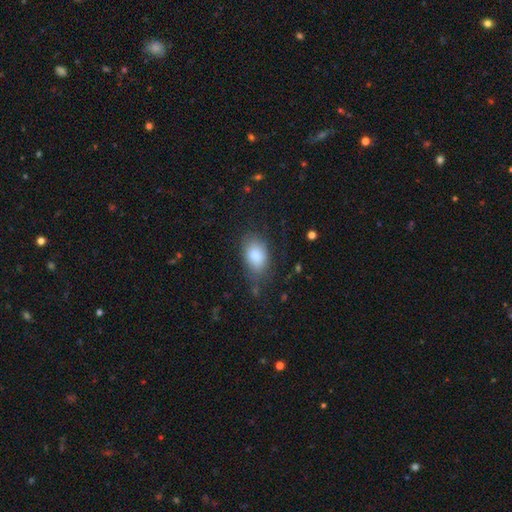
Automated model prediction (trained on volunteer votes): Smooth or featured: smooth — 83% (featured or disk — 10%)
How rounded: in between — 89% (round — 10%)
Merging: none — 66% (minor disturbance — 23%)